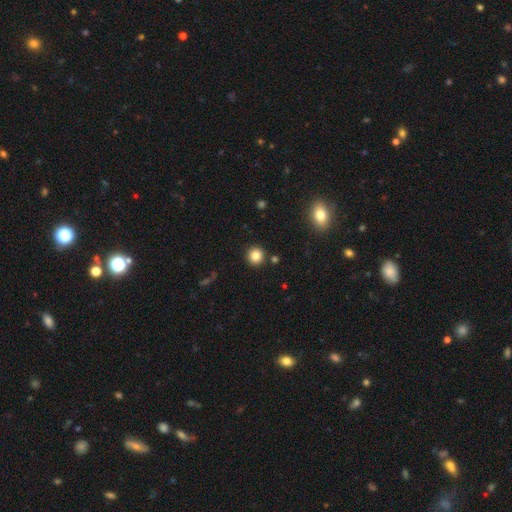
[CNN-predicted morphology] type=smooth (83%); roundness=round (94%); merging=none (90%).